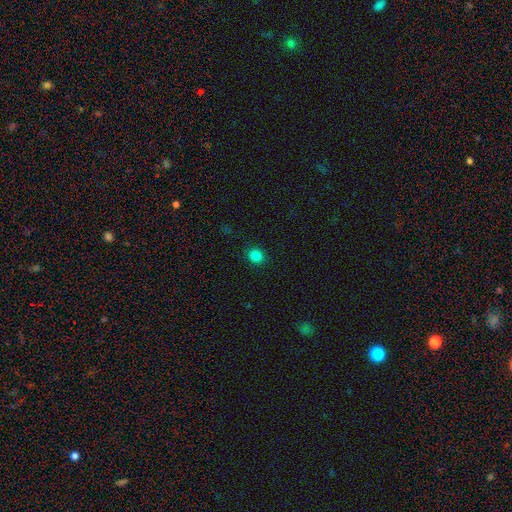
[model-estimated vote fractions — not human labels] Smooth or featured? Predicted: smooth (p=0.84). How rounded? Predicted: round (p=0.82). Merging? Predicted: none (p=0.91).